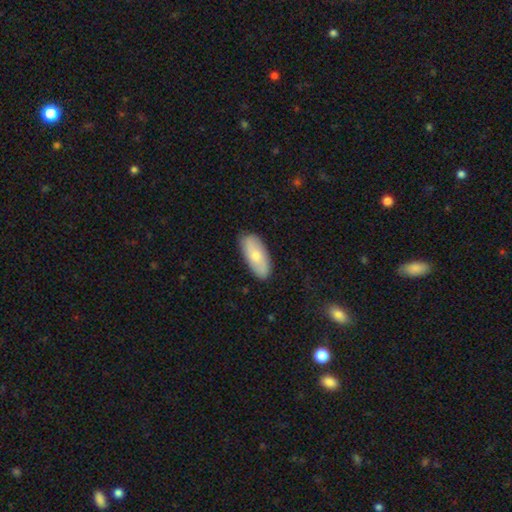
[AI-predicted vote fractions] This is likely a smooth galaxy (71%). How rounded: clearly in between (85%). Merging: clearly none (84%).